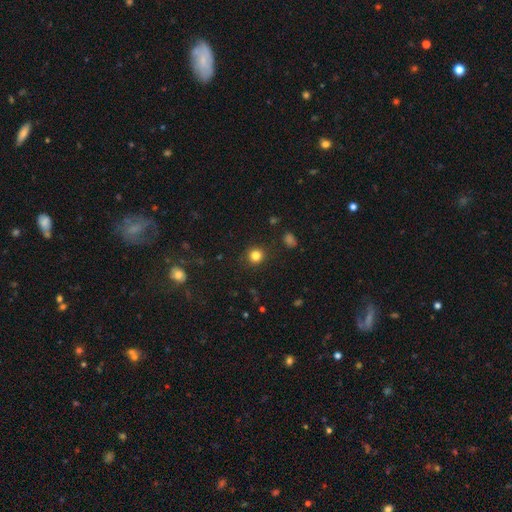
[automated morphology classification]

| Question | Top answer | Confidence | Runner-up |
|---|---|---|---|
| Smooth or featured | smooth | 82% | star or artifact (13%) |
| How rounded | round | 92% | in between (7%) |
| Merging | none | 90% | minor disturbance (6%) |